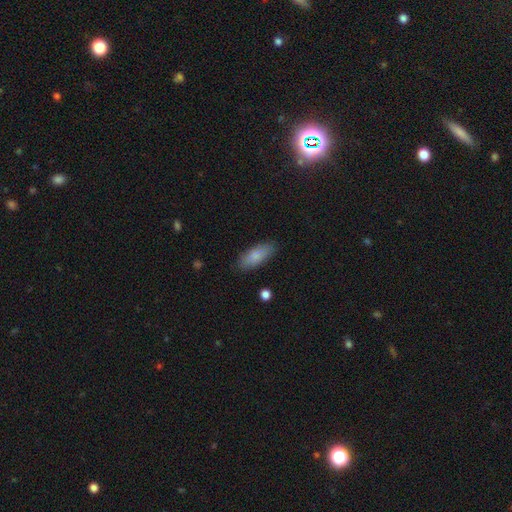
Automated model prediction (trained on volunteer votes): This appears to be a smooth galaxy with no disk features (82%) that is in between round and cigar-shaped (72%). Merging: none (84%).